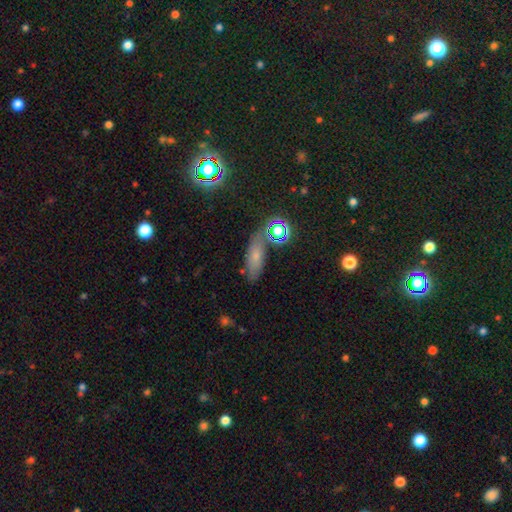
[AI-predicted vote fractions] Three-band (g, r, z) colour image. It shows a smooth galaxy with no disk features (58%) that is in between round and cigar-shaped (62%). Merging: none (73%).